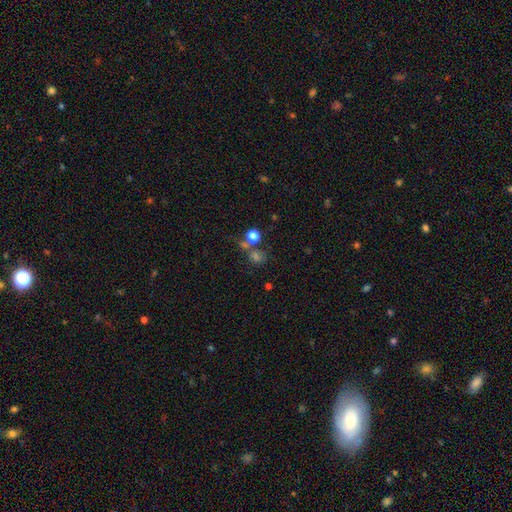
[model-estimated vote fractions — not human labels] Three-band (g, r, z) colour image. It shows a smooth galaxy with no disk features (51%) that is round (83%). Merging: none (60%).